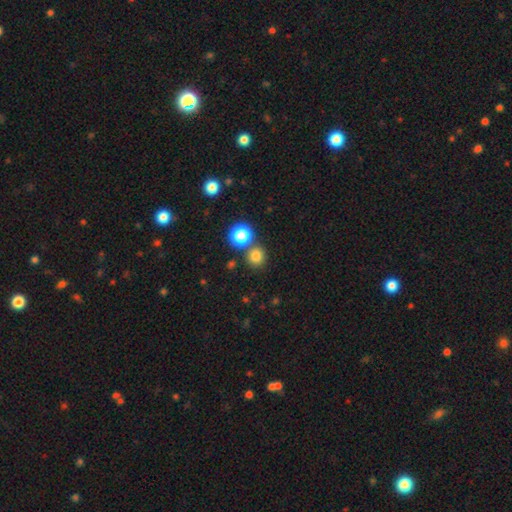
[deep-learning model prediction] A smooth galaxy with no disk features (78%) that is round (89%).

Vote fractions:
- Smooth or featured? smooth: 78% / star or artifact: 17% / featured or disk: 6%
- How rounded? round: 89% / in between: 10% / cigar-shaped: 1%
- Merging? none: 75% / merger: 15% / minor disturbance: 8% / major disturbance: 3%